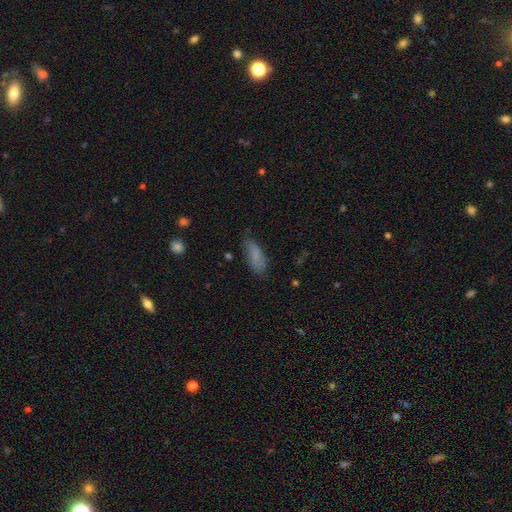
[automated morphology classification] Smooth or featured?
  - smooth: 76% *
  - featured or disk: 15%
  - star or artifact: 9%
How rounded?
  - in between: 76% *
  - cigar-shaped: 21%
  - round: 2%
Merging?
  - none: 59% *
  - minor disturbance: 30%
  - major disturbance: 9%
  - merger: 2%